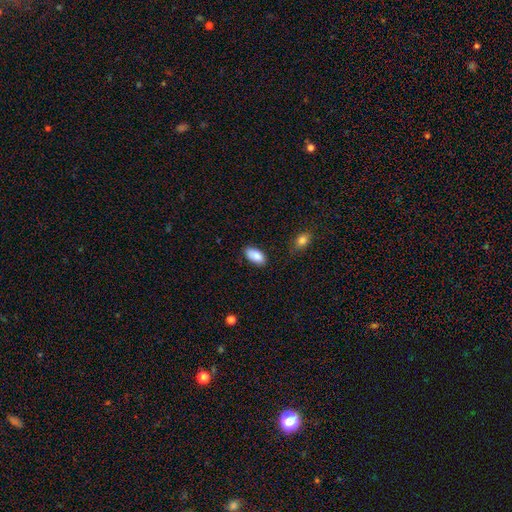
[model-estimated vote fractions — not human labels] Overall: smooth (87%). How rounded: in between (94%). Merging: none (80%).